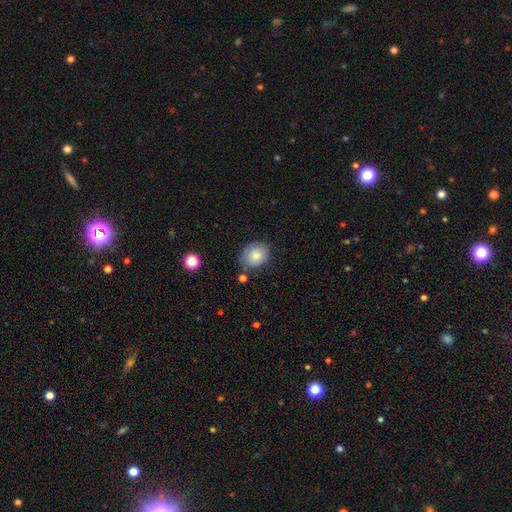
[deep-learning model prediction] Smooth or featured? Predicted: smooth (p=0.80). How rounded? Predicted: round (p=0.53). Merging? Predicted: none (p=0.74).